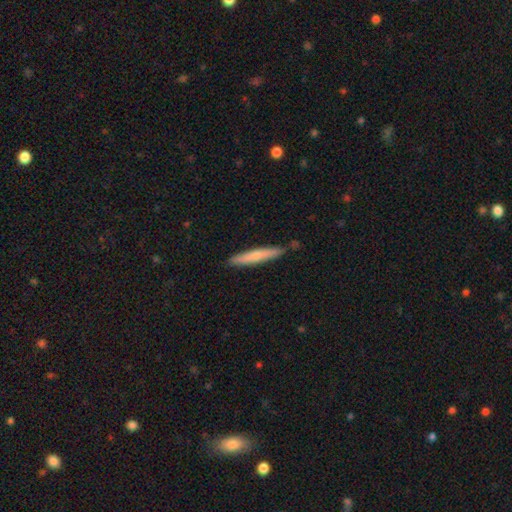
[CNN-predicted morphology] A smooth galaxy with no disk features (64%) that is cigar-shaped (94%). Merging: none (85%).